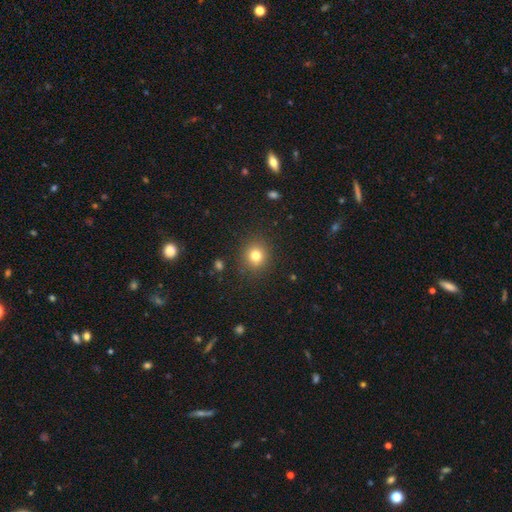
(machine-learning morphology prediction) This is likely a smooth galaxy (79%). How rounded: clearly round (85%). Merging: clearly none (88%).